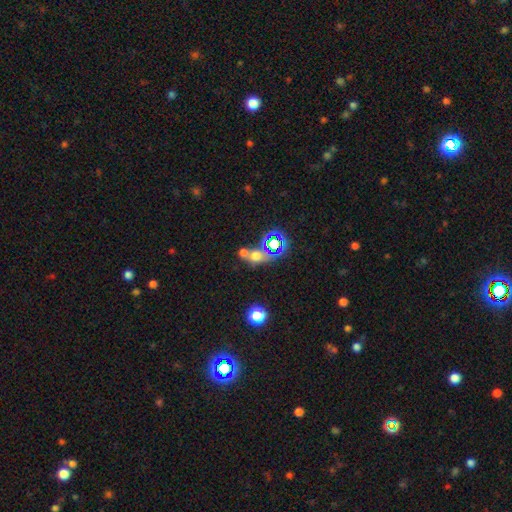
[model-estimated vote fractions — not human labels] smooth-or-featured: smooth: 50% | star or artifact: 34% | featured or disk: 15%
  how-rounded: round: 59% | in between: 37% | cigar-shaped: 4%
  merging: merger: 45% | none: 38% | minor disturbance: 10% | major disturbance: 8%